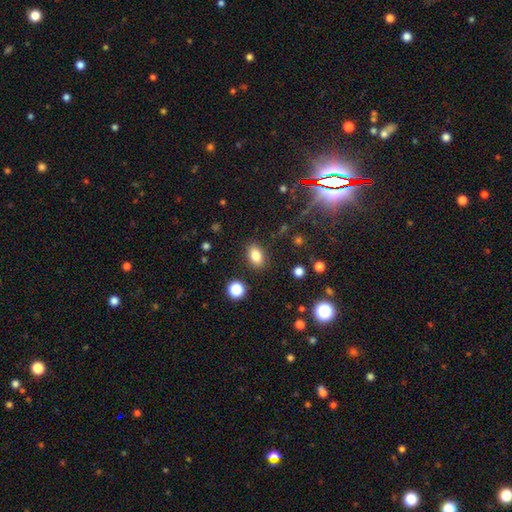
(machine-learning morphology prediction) Smooth or featured? smooth (83%)
How rounded? in between (83%)
Merging? none (86%)